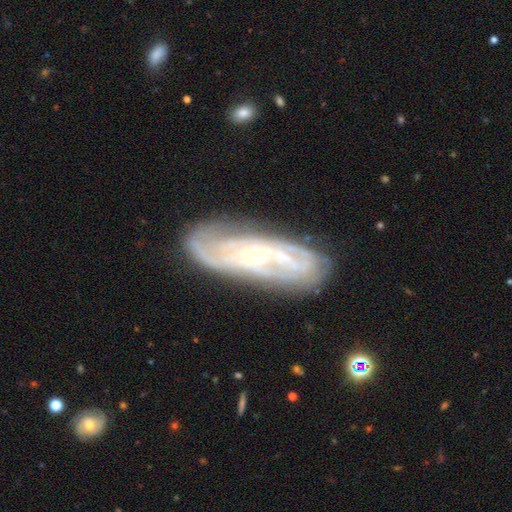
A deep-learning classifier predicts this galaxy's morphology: Smooth or featured: featured or disk — 80% (smooth — 13%)
Edge-on disk: no — 85% (yes — 15%)
Bar: no — 64% (weak — 25%)
Spiral arms: yes — 91% (no — 9%)
Spiral winding: tight — 58% (medium — 31%)
Spiral arm count: can't tell — 39% (2 — 29%)
Bulge size: small — 79% (moderate — 16%)
Merging: none — 75% (minor disturbance — 17%)